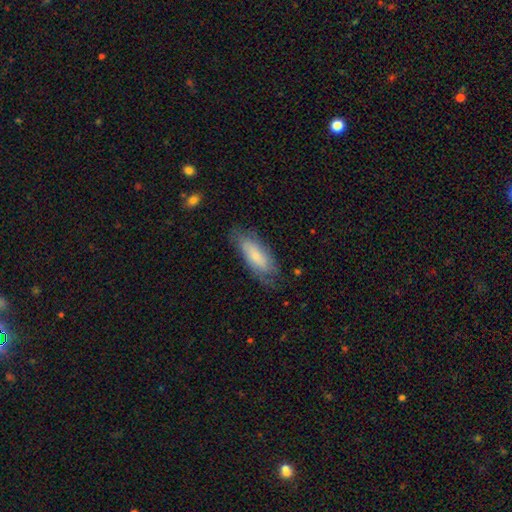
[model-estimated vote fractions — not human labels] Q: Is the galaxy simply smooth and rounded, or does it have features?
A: smooth — 63%.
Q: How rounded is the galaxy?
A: in between — 64%.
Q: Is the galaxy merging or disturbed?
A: none — 69%.